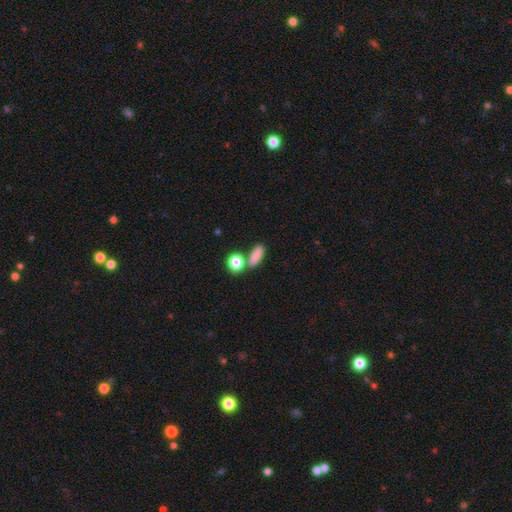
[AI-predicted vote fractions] Overall: smooth (82%). How rounded: in between (56%; cigar-shaped 26%). Merging: none (63%).